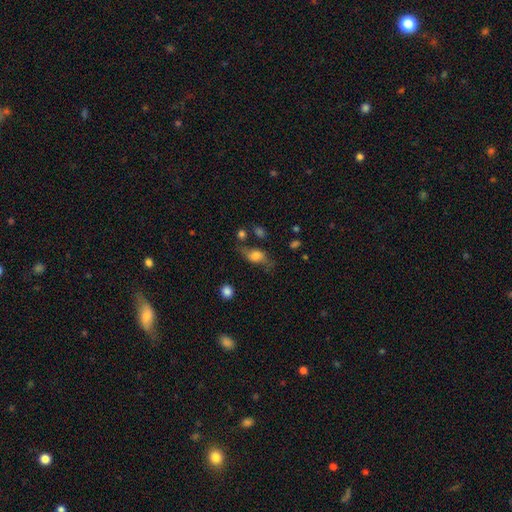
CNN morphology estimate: The model was most divided on "smooth or featured": smooth: 56%, featured or disk: 34%, star or artifact: 10%. More confident: how rounded — in between (71%); merging — none (55%).